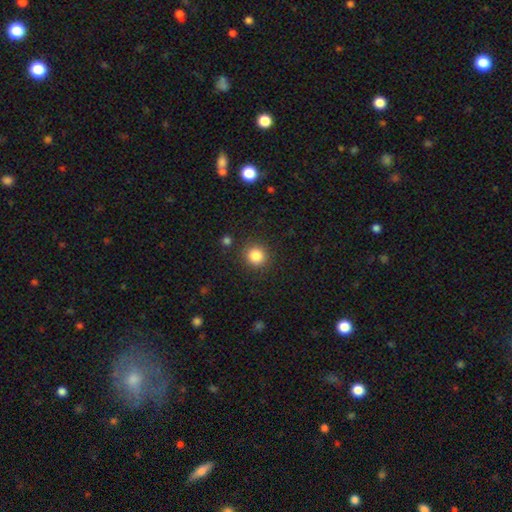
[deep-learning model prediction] smooth-or-featured: smooth: 85% | star or artifact: 11% | featured or disk: 5%
  how-rounded: round: 91% | in between: 8% | cigar-shaped: 1%
  merging: none: 89% | minor disturbance: 7% | major disturbance: 3% | merger: 2%